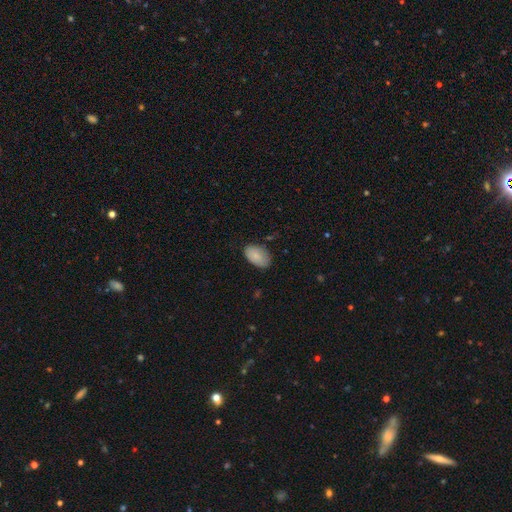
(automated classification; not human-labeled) A smooth galaxy with no disk features (82%) that is in between round and cigar-shaped (92%).

Vote fractions:
- Smooth or featured? smooth: 82% / featured or disk: 12% / star or artifact: 7%
- How rounded? in between: 92% / round: 7% / cigar-shaped: 1%
- Merging? none: 75% / minor disturbance: 20% / major disturbance: 3% / merger: 2%